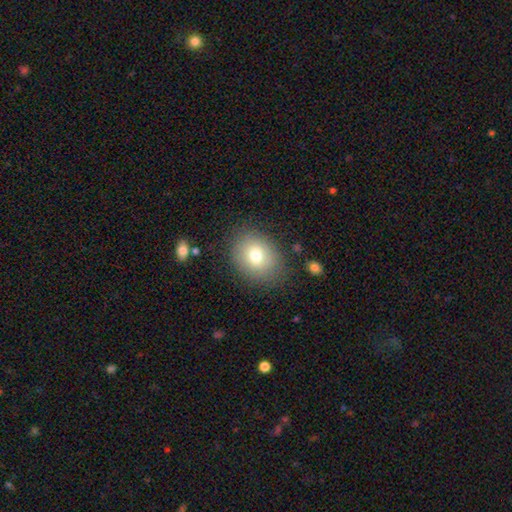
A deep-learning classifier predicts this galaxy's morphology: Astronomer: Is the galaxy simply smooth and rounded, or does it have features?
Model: smooth — 76%.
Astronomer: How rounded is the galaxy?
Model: in between — 56% (runner-up: round, 43%).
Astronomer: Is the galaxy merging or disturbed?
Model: none — 81%.